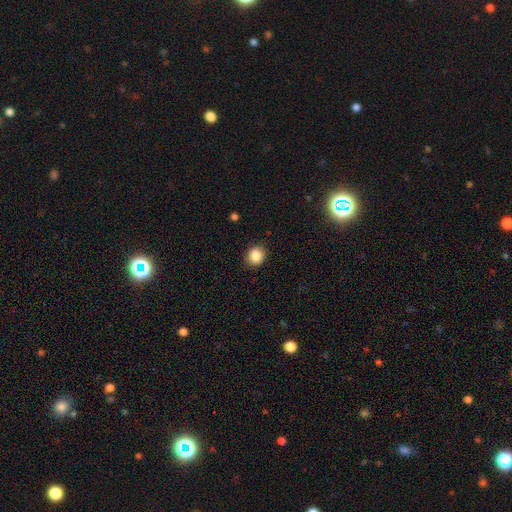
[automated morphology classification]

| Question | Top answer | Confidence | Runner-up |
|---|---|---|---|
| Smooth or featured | smooth | 86% | star or artifact (10%) |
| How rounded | round | 78% | in between (21%) |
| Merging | none | 88% | minor disturbance (8%) |